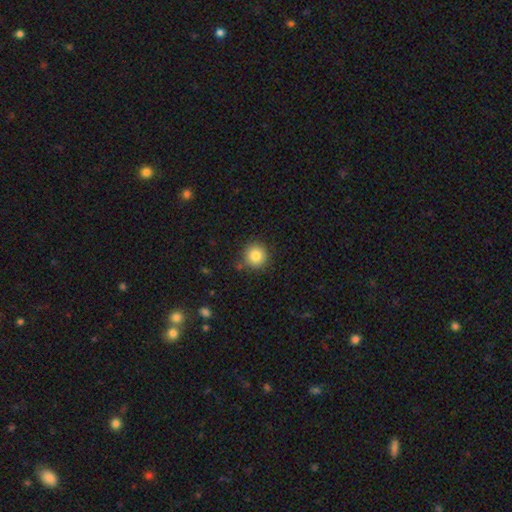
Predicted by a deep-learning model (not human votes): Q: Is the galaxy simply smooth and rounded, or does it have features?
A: smooth — 84%.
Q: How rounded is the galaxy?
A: round — 94%.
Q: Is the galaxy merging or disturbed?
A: none — 85%.